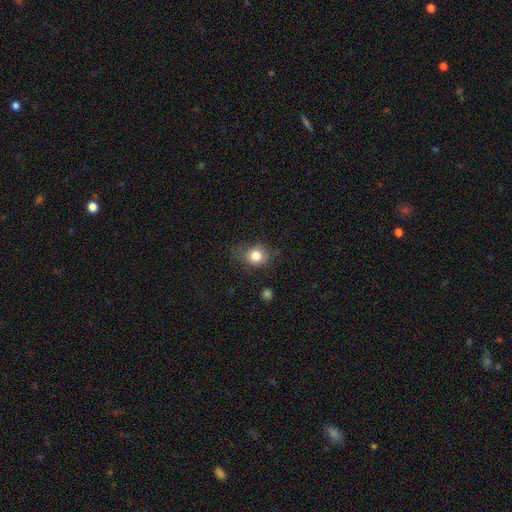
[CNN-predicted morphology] Smooth or featured: smooth — 81% (star or artifact — 11%)
How rounded: round — 66% (in between — 33%)
Merging: none — 67% (minor disturbance — 23%)